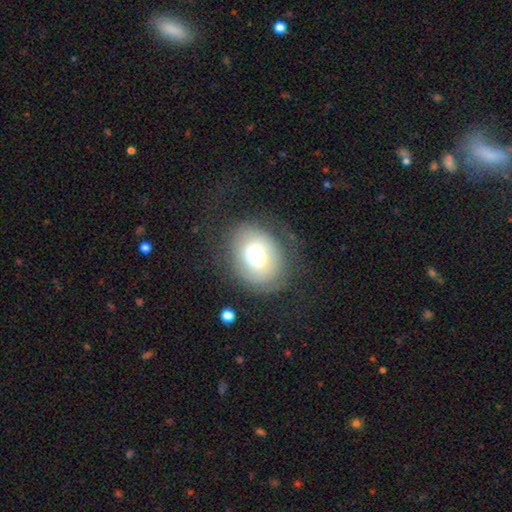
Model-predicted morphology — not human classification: Smooth or featured?
  - smooth: 66% *
  - featured or disk: 24%
  - star or artifact: 10%
How rounded?
  - in between: 56% *
  - round: 43%
  - cigar-shaped: 1%
Merging?
  - none: 69% *
  - minor disturbance: 17%
  - major disturbance: 12%
  - merger: 2%